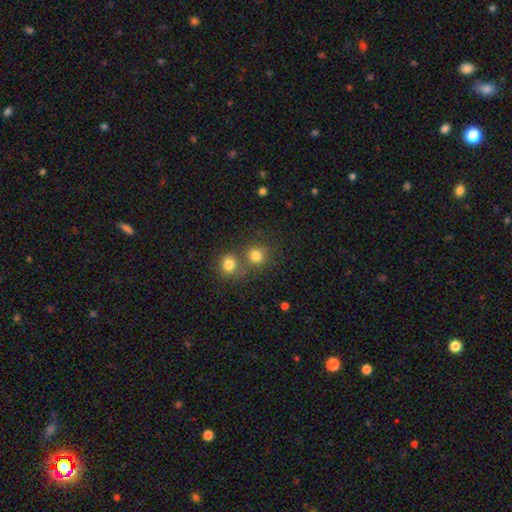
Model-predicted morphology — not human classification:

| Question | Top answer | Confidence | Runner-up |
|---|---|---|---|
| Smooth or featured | smooth | 79% | star or artifact (13%) |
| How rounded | round | 88% | in between (12%) |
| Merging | none | 58% | merger (31%) |